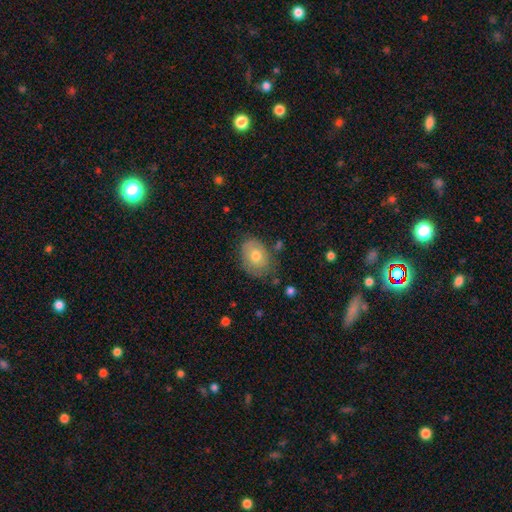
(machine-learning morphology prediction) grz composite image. It shows a smooth galaxy with no disk features (62%) that is in between round and cigar-shaped (70%). Merging: none (66%).